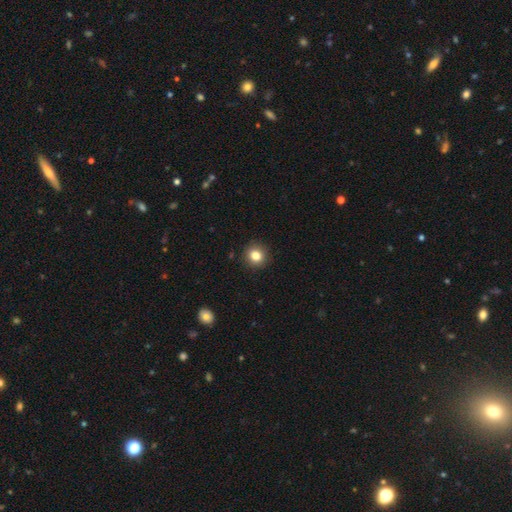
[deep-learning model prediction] smooth 82%, star or artifact 11%, featured or disk 7%. Down the decision tree: how rounded — round (91%); merging — none (92%).